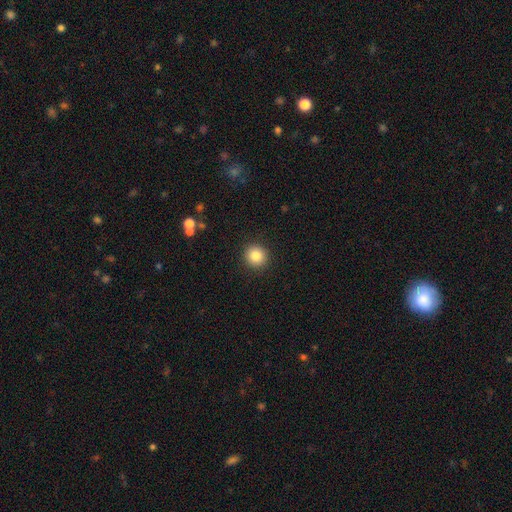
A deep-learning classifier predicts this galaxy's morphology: Smooth or featured? smooth (84%)
How rounded? round (92%)
Merging? none (91%)